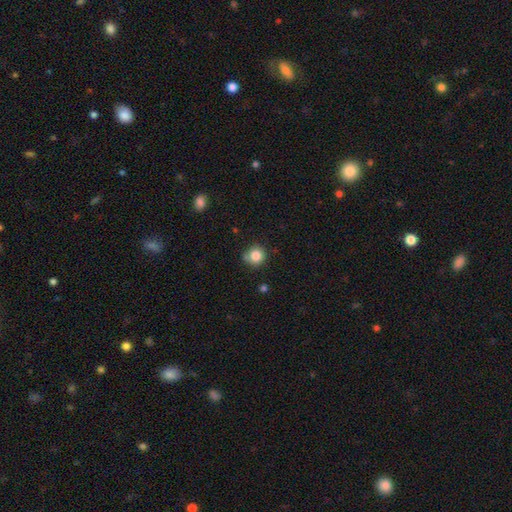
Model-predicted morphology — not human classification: Overall: smooth (83%). How rounded: round (91%). Merging: none (70%).